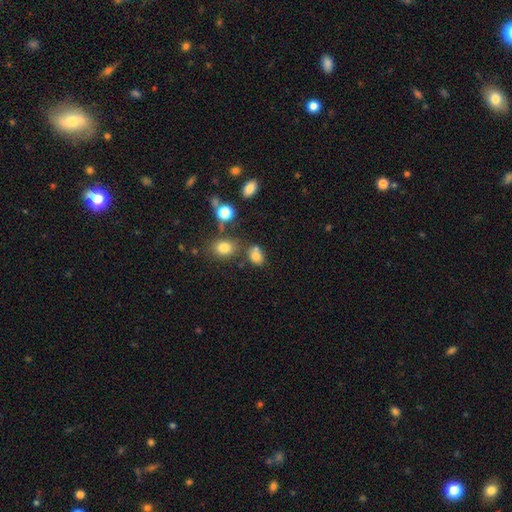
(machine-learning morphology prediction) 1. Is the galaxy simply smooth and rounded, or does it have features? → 78% smooth, 13% star or artifact, 9% featured or disk.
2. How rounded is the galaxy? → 55% in between, 44% round, 1% cigar-shaped.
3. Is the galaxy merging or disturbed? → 57% none, 24% merger, 14% minor disturbance, 5% major disturbance.